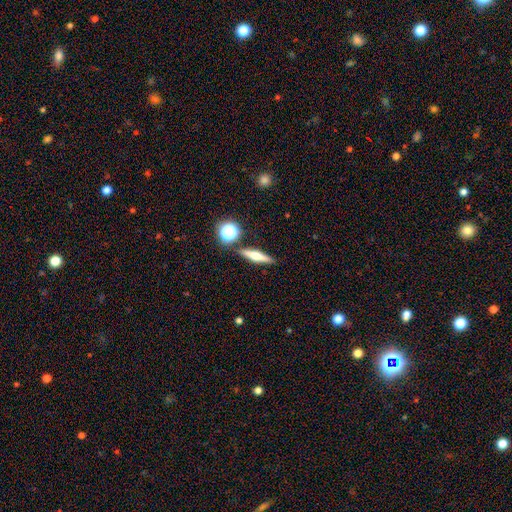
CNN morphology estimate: A featured or disk galaxy (49%). Merging: none (85%).